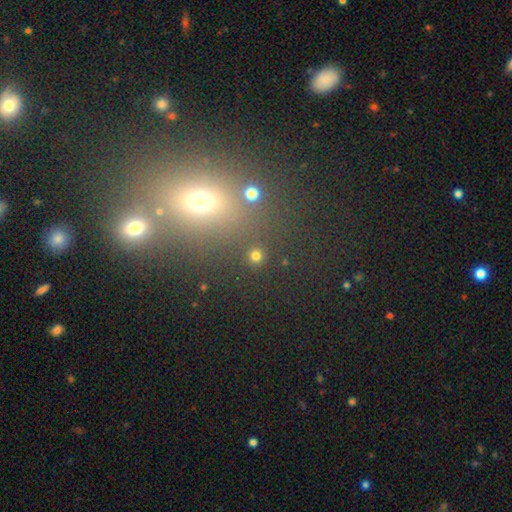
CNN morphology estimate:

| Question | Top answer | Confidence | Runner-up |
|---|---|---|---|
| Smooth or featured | smooth | 75% | star or artifact (20%) |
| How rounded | round | 92% | in between (7%) |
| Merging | none | 86% | minor disturbance (6%) |